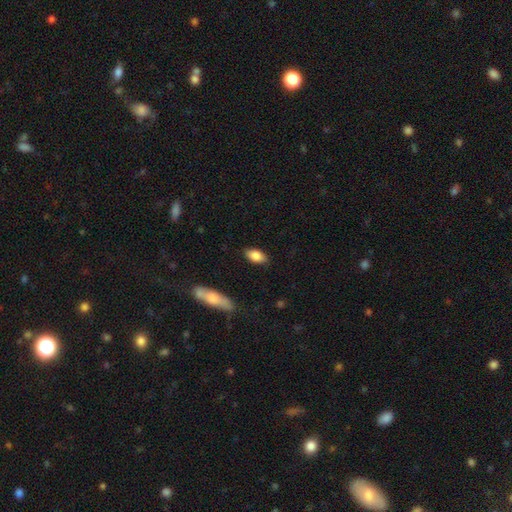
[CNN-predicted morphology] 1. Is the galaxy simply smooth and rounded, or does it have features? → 83% smooth, 10% featured or disk, 7% star or artifact.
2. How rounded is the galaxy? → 89% in between, 6% cigar-shaped, 5% round.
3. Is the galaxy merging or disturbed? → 83% none, 12% minor disturbance, 3% major disturbance, 2% merger.